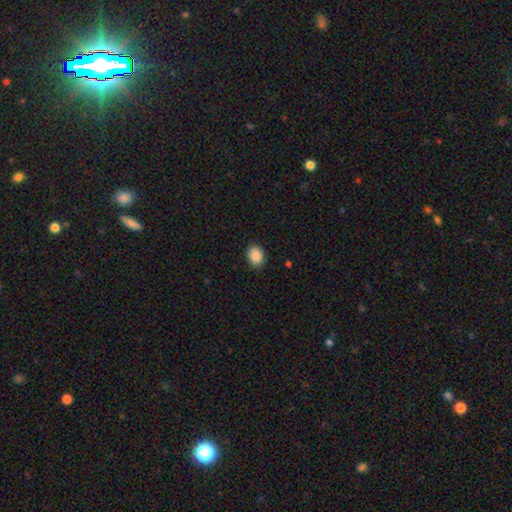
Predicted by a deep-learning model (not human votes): smooth 90%, star or artifact 8%, featured or disk 3%. Down the decision tree: how rounded — in between (62%); merging — none (89%).